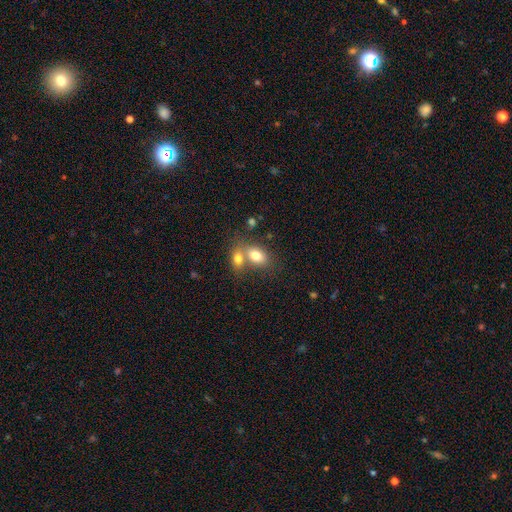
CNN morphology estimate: This is likely a smooth galaxy (77%). How rounded: likely in between (79%). Merging: possibly merger (55%).